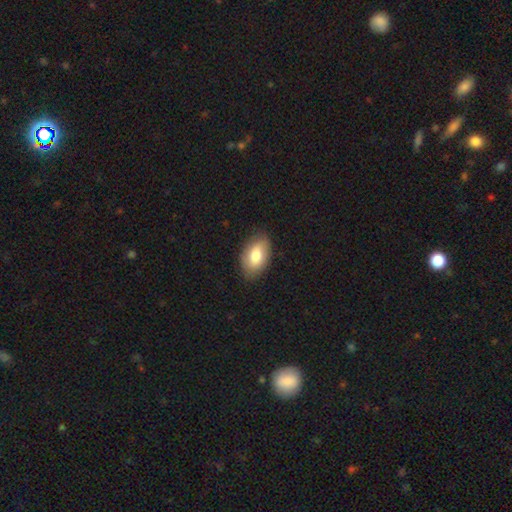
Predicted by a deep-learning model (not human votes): Overall: smooth (73%). How rounded: in between (92%). Merging: none (83%).